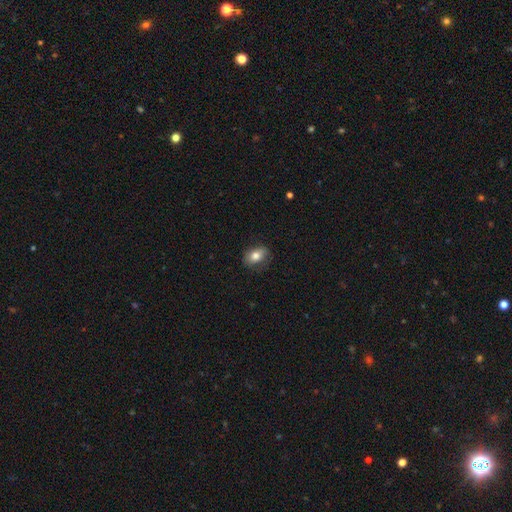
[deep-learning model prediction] This is likely a smooth galaxy (77%). How rounded: likely in between (77%). Merging: likely none (76%).